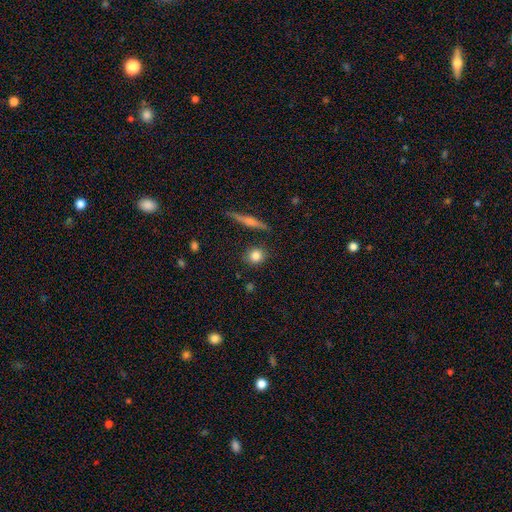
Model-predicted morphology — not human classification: Smooth or featured? Predicted: smooth (p=0.81). How rounded? Predicted: round (p=0.75). Merging? Predicted: none (p=0.85).